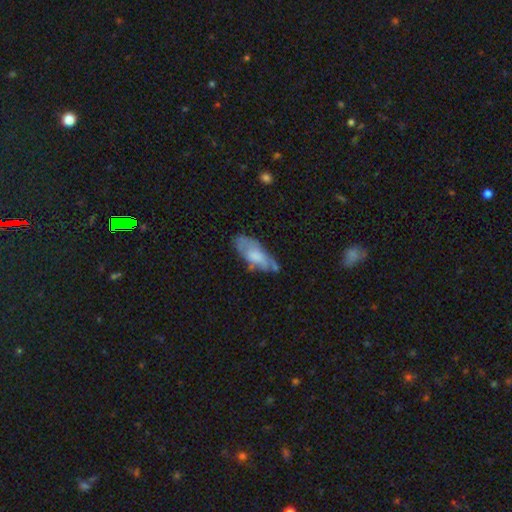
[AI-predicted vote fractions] smooth_or_featured: smooth (p=0.57) [alt: featured or disk p=0.36]
how_rounded: in between (p=0.77) [alt: cigar-shaped p=0.21]
merging: none (p=0.55) [alt: minor disturbance p=0.30]